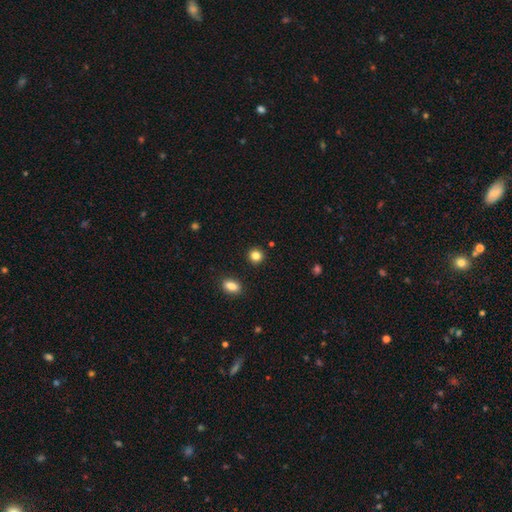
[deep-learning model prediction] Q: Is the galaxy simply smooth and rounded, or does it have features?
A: smooth — 84%.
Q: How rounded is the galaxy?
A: round — 90%.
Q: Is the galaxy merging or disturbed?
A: none — 91%.